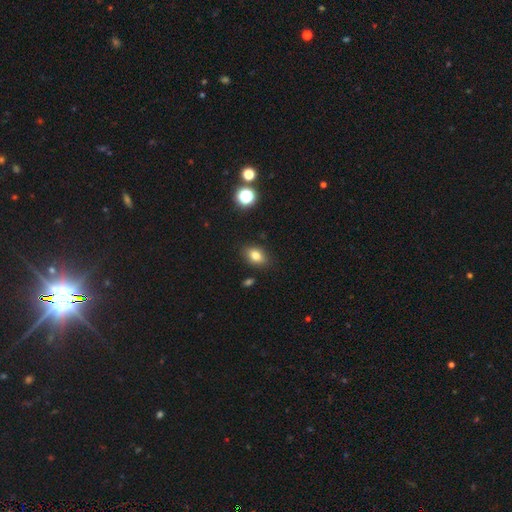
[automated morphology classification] This is likely a smooth galaxy (79%). How rounded: likely in between (76%). Merging: clearly none (85%).